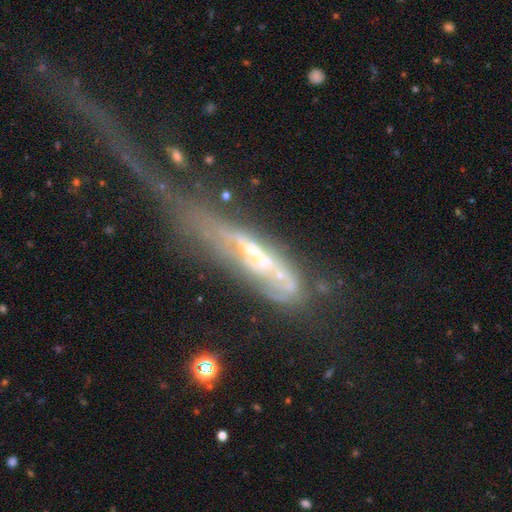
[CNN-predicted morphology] A featured or disk galaxy (70%).

Vote fractions:
- Smooth or featured? featured or disk: 70% / smooth: 20% / star or artifact: 11%
- Edge-on disk? no: 60% / yes: 40%
- Merging? major disturbance: 44% / none: 23% / minor disturbance: 19% / merger: 14%